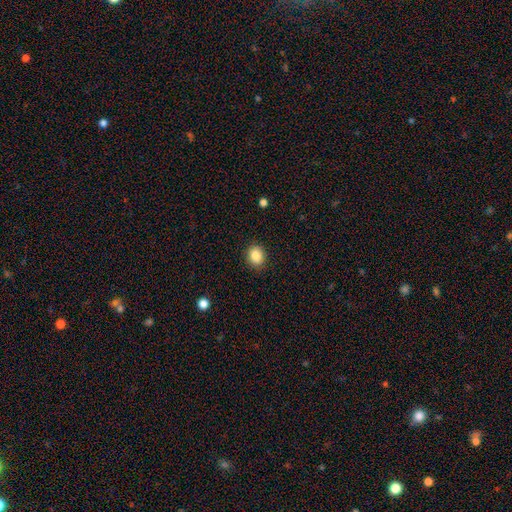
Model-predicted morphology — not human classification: smooth 87%, star or artifact 9%, featured or disk 4%. Down the decision tree: how rounded — round (57%); merging — none (89%).